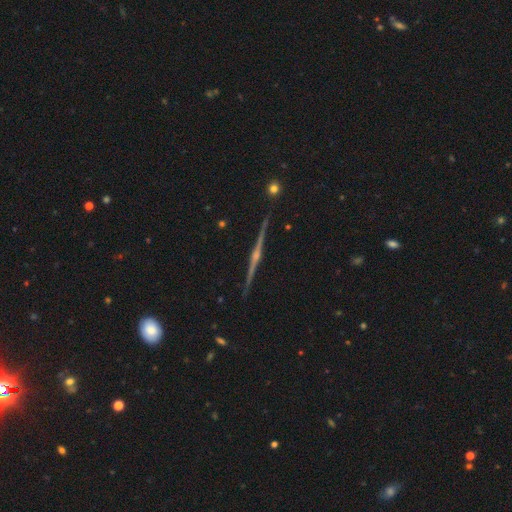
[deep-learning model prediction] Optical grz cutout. It shows a featured or disk galaxy (88%) viewed edge-on (99%) with a rounded central bulge (87%). Merging: none (92%).